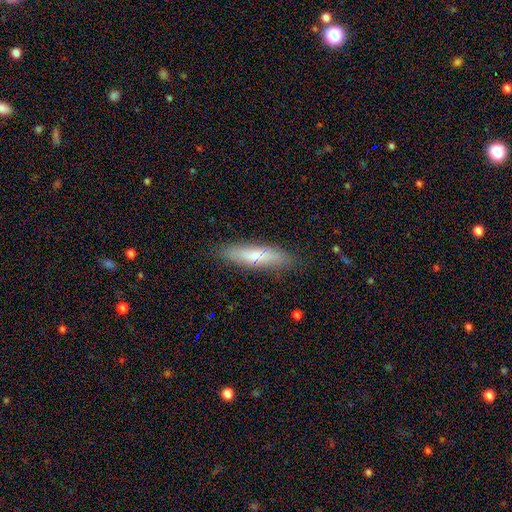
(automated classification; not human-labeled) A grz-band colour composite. It shows a smooth galaxy with no disk features (67%) that is cigar-shaped (79%). Merging: none (84%).